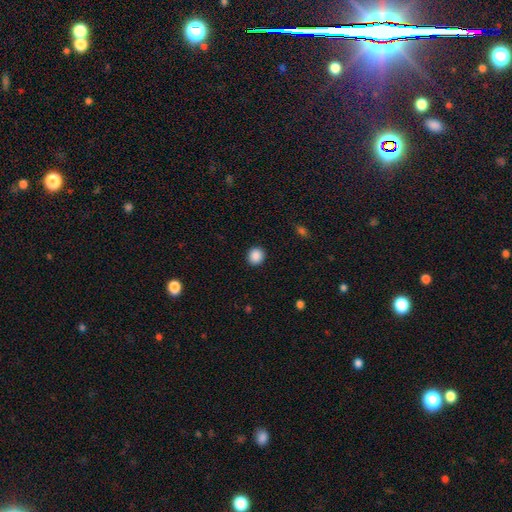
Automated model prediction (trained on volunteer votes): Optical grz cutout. It shows a smooth galaxy with no disk features (89%) that is round (88%). Merging: none (92%).